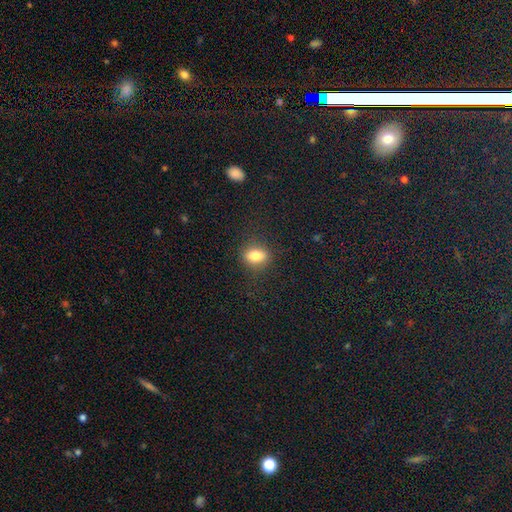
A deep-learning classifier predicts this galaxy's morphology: smooth_or_featured: smooth (p=0.77) [alt: featured or disk p=0.12]
how_rounded: in between (p=0.71) [alt: round p=0.24]
merging: none (p=0.85) [alt: minor disturbance p=0.10]